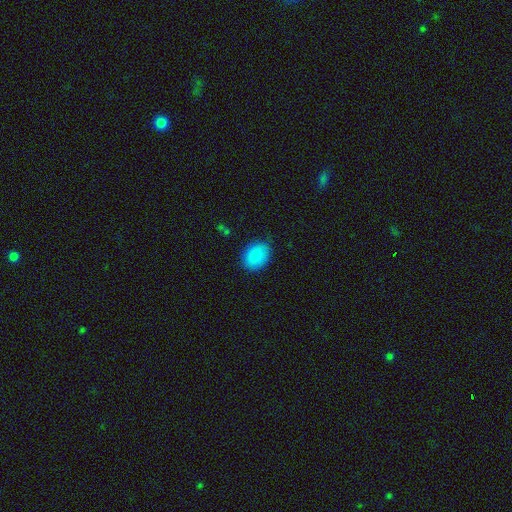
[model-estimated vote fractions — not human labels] Smooth or featured?
  - smooth: 89% *
  - star or artifact: 8%
  - featured or disk: 4%
How rounded?
  - in between: 67% *
  - round: 32%
  - cigar-shaped: 1%
Merging?
  - none: 81% *
  - minor disturbance: 14%
  - major disturbance: 3%
  - merger: 1%